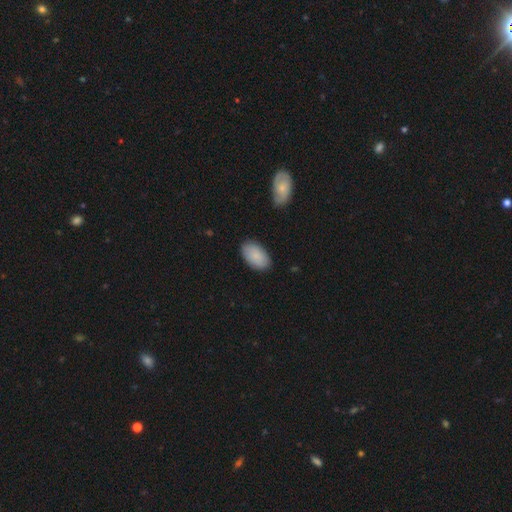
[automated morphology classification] A smooth galaxy with no disk features (86%) that is in between round and cigar-shaped (95%).

Vote fractions:
- Smooth or featured? smooth: 86% / featured or disk: 8% / star or artifact: 6%
- How rounded? in between: 95% / round: 4% / cigar-shaped: 1%
- Merging? none: 85% / minor disturbance: 11% / major disturbance: 2% / merger: 1%